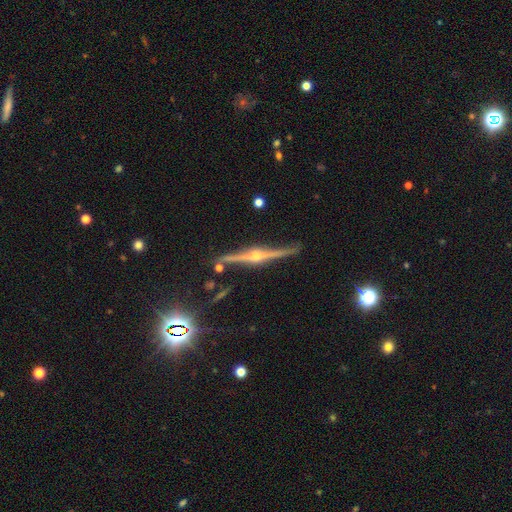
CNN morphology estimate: Q: Smooth or featured?
A: featured or disk (87%); runner-up: star or artifact (7%)
Q: Edge-on disk?
A: yes (98%); runner-up: no (2%)
Q: Edge-on bulge?
A: rounded (93%); runner-up: boxy (4%)
Q: Merging?
A: none (85%); runner-up: minor disturbance (10%)